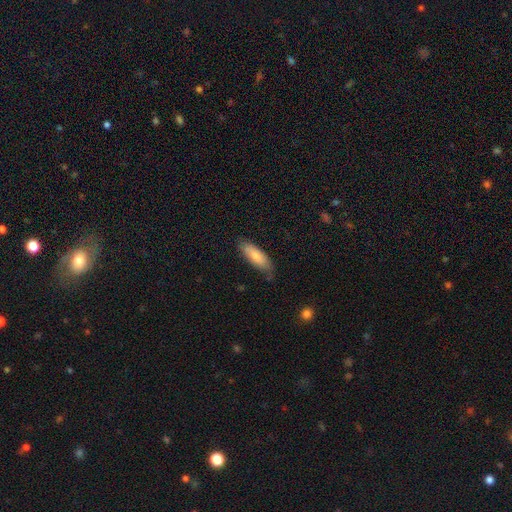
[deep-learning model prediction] This is clearly a smooth galaxy (80%). How rounded: likely in between (63%). Merging: likely none (71%).